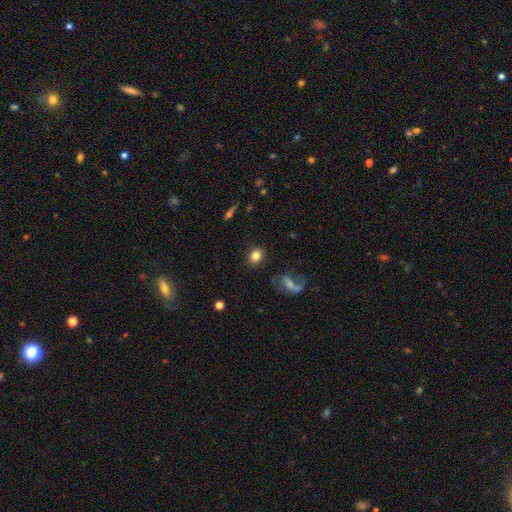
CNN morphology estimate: Smooth or featured? smooth (82%)
How rounded? round (57%)
Merging? none (86%)